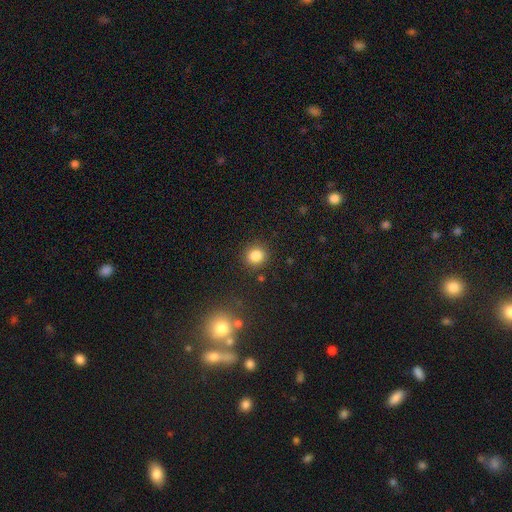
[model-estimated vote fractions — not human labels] Smooth or featured? Predicted: smooth (p=0.84). How rounded? Predicted: round (p=0.87). Merging? Predicted: none (p=0.88).